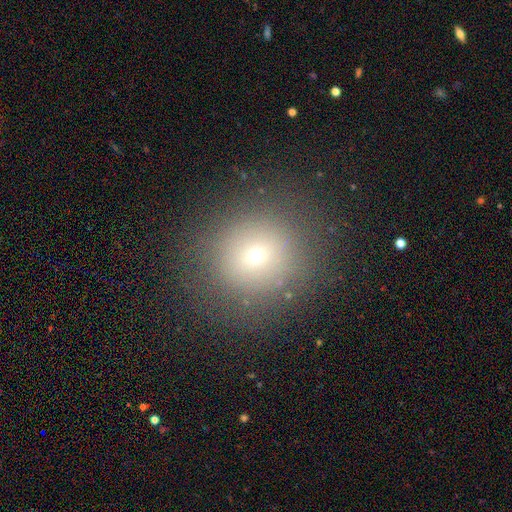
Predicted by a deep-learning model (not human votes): smooth_or_featured: smooth (p=0.65) [alt: star or artifact p=0.22]
how_rounded: round (p=0.90) [alt: in between p=0.09]
merging: none (p=0.86) [alt: minor disturbance p=0.08]